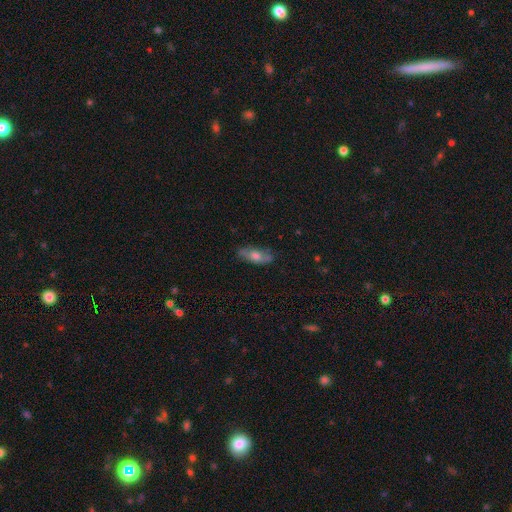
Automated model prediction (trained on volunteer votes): This appears to be a smooth galaxy with no disk features (54%) that is in between round and cigar-shaped (72%). Merging: none (76%).